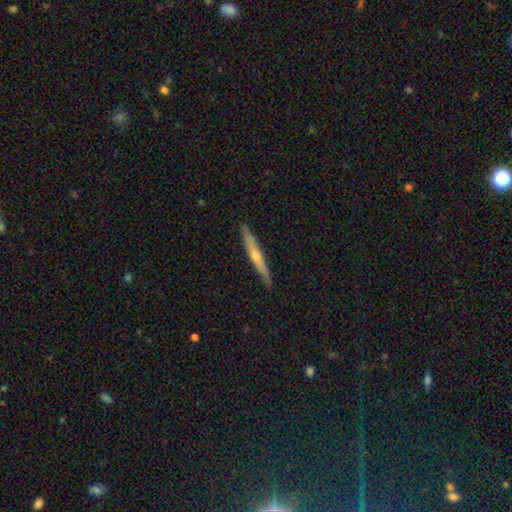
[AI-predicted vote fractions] The model was most divided on "smooth or featured": featured or disk: 59%, smooth: 36%, star or artifact: 6%. More confident: edge-on disk — yes (95%); merging — none (90%); edge-on bulge — rounded (75%).